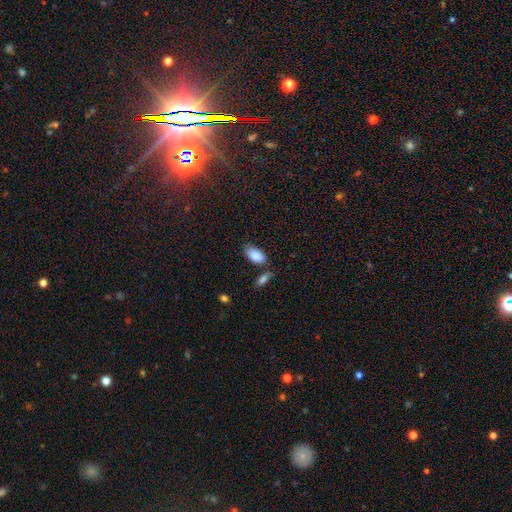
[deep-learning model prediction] Q: Smooth or featured?
A: smooth (88%); runner-up: star or artifact (6%)
Q: How rounded?
A: in between (93%); runner-up: cigar-shaped (4%)
Q: Merging?
A: none (69%); runner-up: minor disturbance (16%)